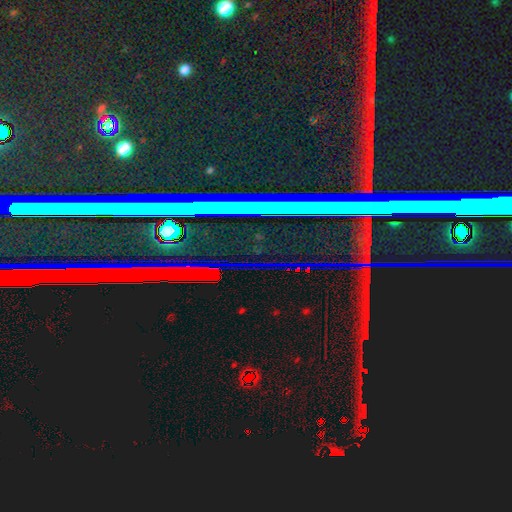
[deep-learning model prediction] Morphology: type=star or artifact (83%).